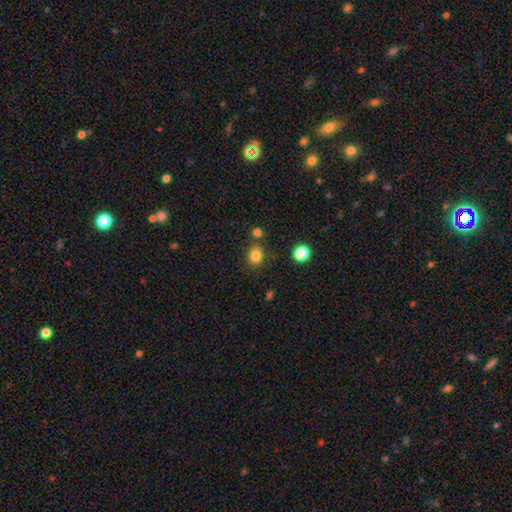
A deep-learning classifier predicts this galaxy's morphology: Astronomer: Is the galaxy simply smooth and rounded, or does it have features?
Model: smooth — 83%.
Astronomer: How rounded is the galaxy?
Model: round — 70%.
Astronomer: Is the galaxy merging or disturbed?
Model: none — 80%.